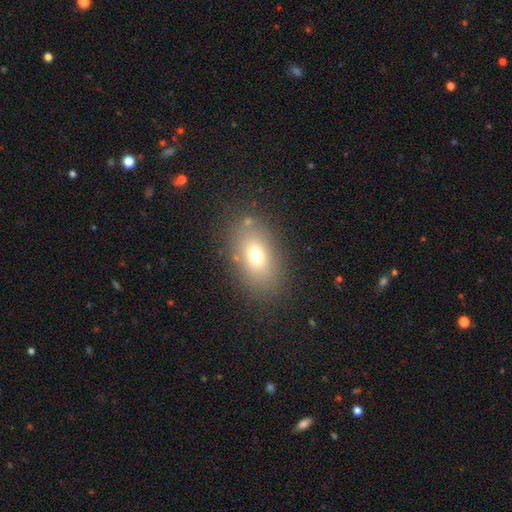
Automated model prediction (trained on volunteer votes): smooth-or-featured: smooth: 70% | featured or disk: 16% | star or artifact: 14%
  how-rounded: in between: 83% | round: 15% | cigar-shaped: 2%
  merging: none: 81% | minor disturbance: 11% | major disturbance: 5% | merger: 4%